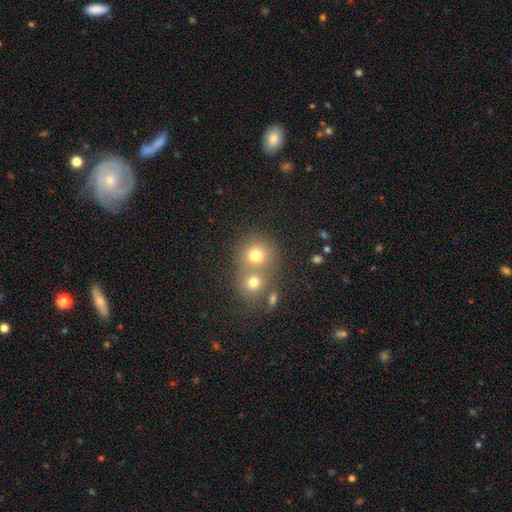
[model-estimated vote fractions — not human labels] smooth_or_featured: smooth (p=0.74) [alt: star or artifact p=0.15]
how_rounded: round (p=0.85) [alt: in between p=0.14]
merging: merger (p=0.46) [alt: none p=0.45]